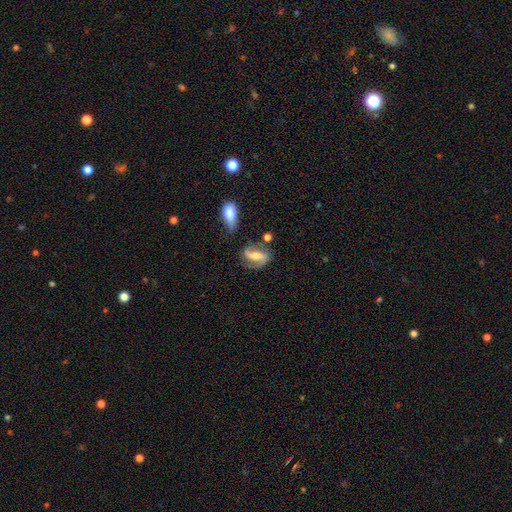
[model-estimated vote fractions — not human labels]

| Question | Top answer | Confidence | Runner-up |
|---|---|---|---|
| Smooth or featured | featured or disk | 79% | smooth (14%) |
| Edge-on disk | no | 95% | yes (5%) |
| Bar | strong | 40% | weak (35%) |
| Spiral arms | yes | 94% | no (6%) |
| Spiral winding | loose | 46% | medium (40%) |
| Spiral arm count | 2 | 92% | can't tell (3%) |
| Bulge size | moderate | 50% | small (33%) |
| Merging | none | 69% | minor disturbance (17%) |